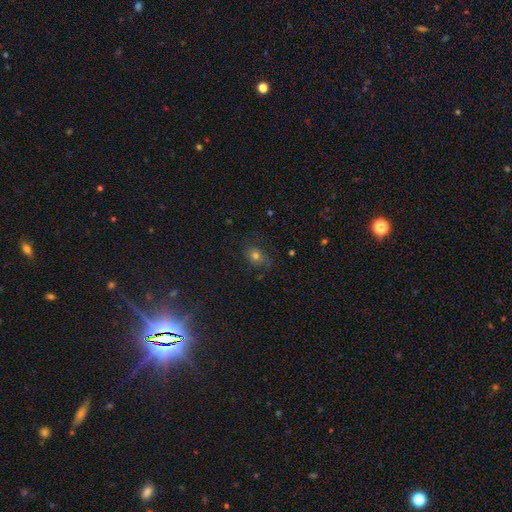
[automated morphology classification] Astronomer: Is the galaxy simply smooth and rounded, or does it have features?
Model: smooth — 68%.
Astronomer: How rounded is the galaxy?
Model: in between — 52% (runner-up: round, 46%).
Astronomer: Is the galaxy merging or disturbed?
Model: none — 74%.